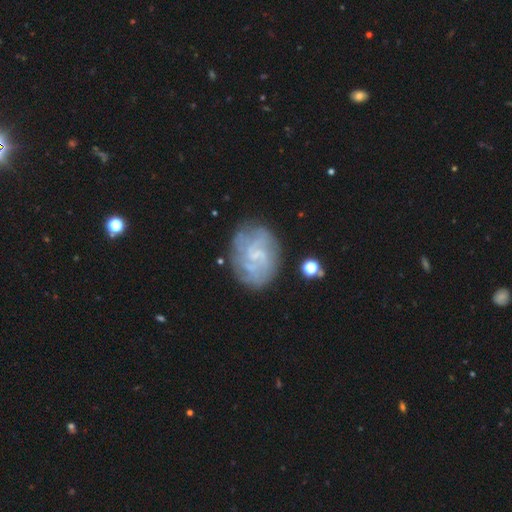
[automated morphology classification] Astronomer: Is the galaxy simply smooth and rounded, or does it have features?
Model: featured or disk — 73%.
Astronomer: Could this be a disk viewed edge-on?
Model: no — 98%.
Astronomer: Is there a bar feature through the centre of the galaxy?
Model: no — 50% (runner-up: weak, 43%).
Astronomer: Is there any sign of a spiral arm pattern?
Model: yes — 83%.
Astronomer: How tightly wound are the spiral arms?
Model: tight — 49% (runner-up: medium, 35%).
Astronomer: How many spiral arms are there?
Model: can't tell — 48%.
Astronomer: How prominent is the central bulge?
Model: small — 49% (runner-up: none, 33%).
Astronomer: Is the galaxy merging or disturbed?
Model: none — 71%.